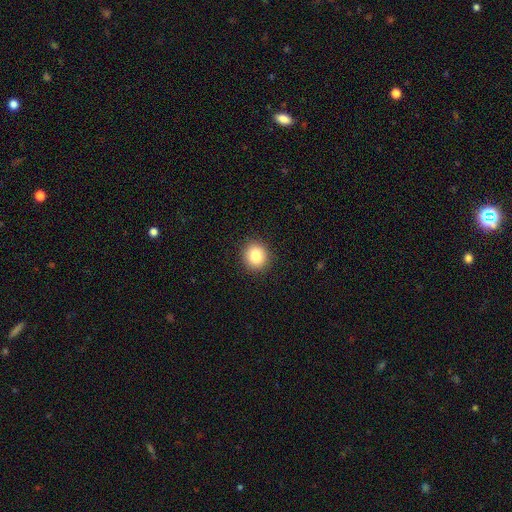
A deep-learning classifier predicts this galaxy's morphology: This is clearly a smooth galaxy (83%). How rounded: clearly round (88%). Merging: clearly none (91%).